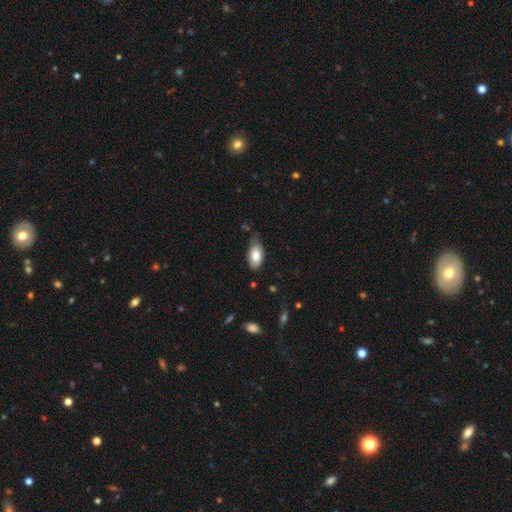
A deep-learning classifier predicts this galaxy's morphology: Overall: smooth (80%). How rounded: in between (92%). Merging: none (55%; minor disturbance 36%).